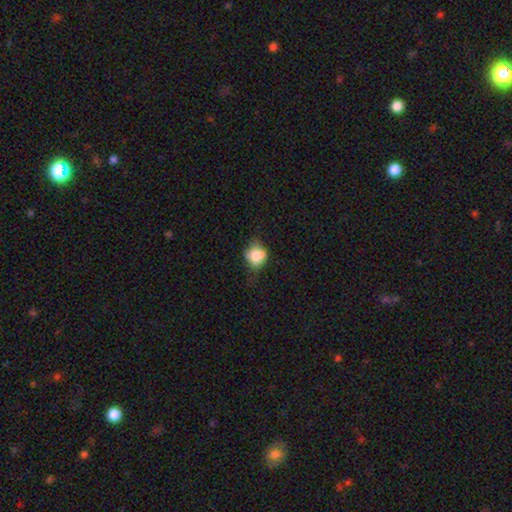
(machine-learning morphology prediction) Smooth or featured?
  - smooth: 69% *
  - featured or disk: 20%
  - star or artifact: 11%
How rounded?
  - round: 59% *
  - in between: 39%
  - cigar-shaped: 2%
Merging?
  - none: 46% *
  - minor disturbance: 31%
  - major disturbance: 14%
  - merger: 9%